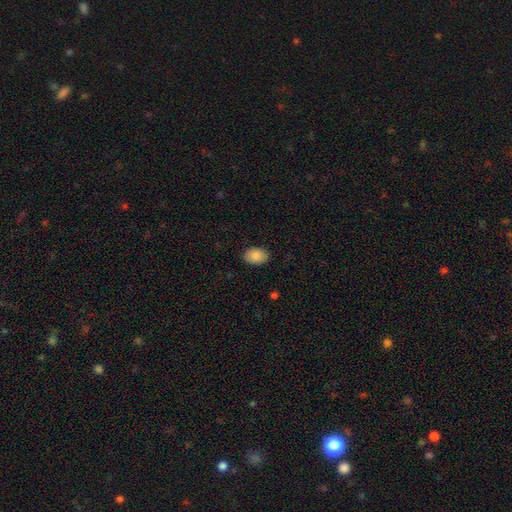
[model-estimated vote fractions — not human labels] Morphology: type=smooth (89%); roundness=in between (81%); merging=none (88%).